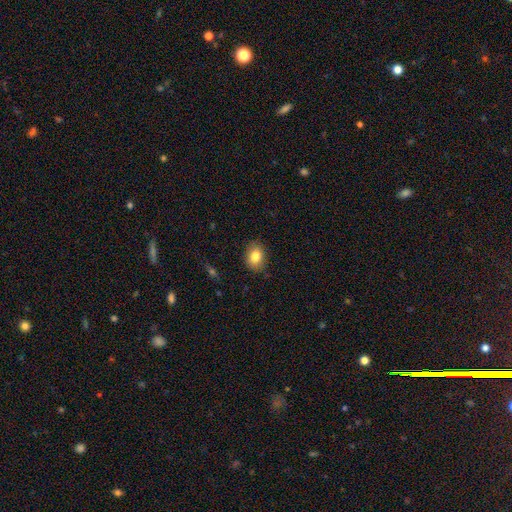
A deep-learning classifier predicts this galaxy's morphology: smooth 83%, star or artifact 9%, featured or disk 8%. Down the decision tree: how rounded — in between (65%); merging — none (84%).